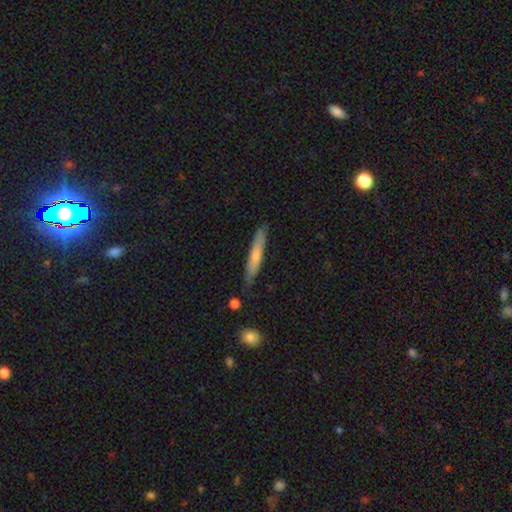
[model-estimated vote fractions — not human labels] Smooth or featured?
  - smooth: 63% *
  - featured or disk: 32%
  - star or artifact: 5%
How rounded?
  - cigar-shaped: 92% *
  - in between: 7%
  - round: 1%
Merging?
  - none: 81% *
  - minor disturbance: 15%
  - major disturbance: 2%
  - merger: 2%